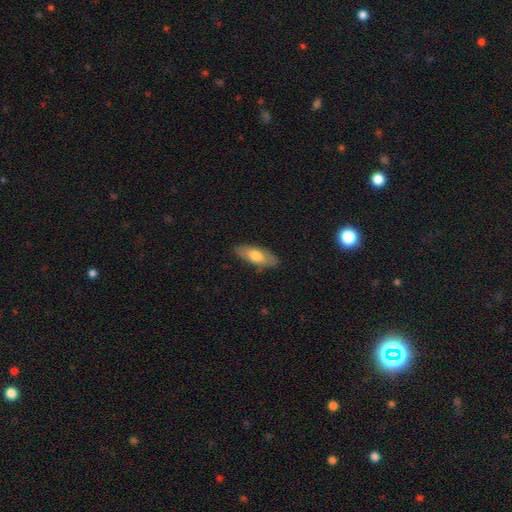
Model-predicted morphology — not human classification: Smooth or featured: smooth — 68% (featured or disk — 26%)
How rounded: in between — 77% (cigar-shaped — 21%)
Merging: none — 82% (minor disturbance — 14%)